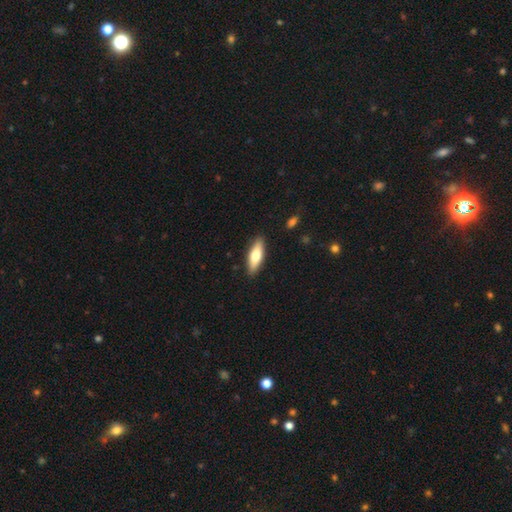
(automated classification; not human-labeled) Overall: smooth (65%; featured or disk 30%). How rounded: in between (50%; cigar-shaped 48%). Merging: none (89%).